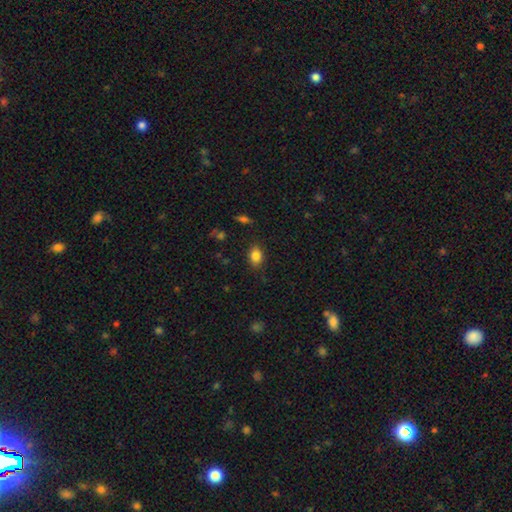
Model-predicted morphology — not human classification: Smooth or featured? smooth (84%)
How rounded? in between (75%)
Merging? none (83%)